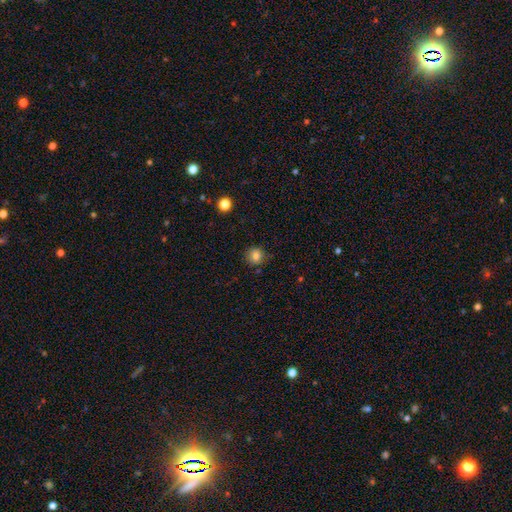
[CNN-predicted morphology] Smooth or featured?
  - smooth: 82% *
  - star or artifact: 12%
  - featured or disk: 6%
How rounded?
  - round: 86% *
  - in between: 13%
  - cigar-shaped: 1%
Merging?
  - none: 82% *
  - minor disturbance: 13%
  - major disturbance: 3%
  - merger: 2%